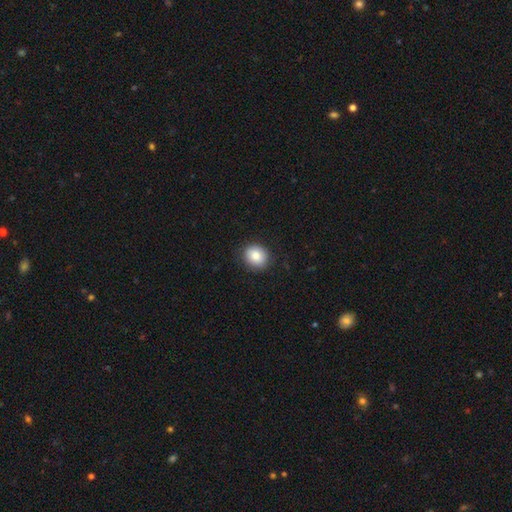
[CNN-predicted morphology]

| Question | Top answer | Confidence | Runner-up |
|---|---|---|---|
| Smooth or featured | smooth | 85% | star or artifact (8%) |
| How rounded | round | 73% | in between (26%) |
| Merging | none | 88% | minor disturbance (9%) |